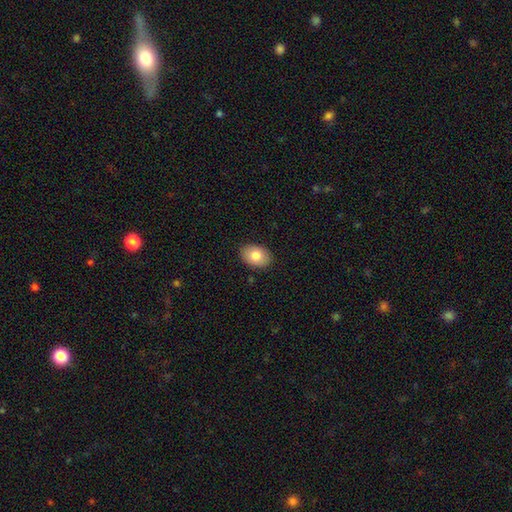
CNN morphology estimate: The model was most divided on "how rounded": in between: 80%, round: 19%, cigar-shaped: 1%. More confident: merging — none (88%); smooth or featured — smooth (81%).